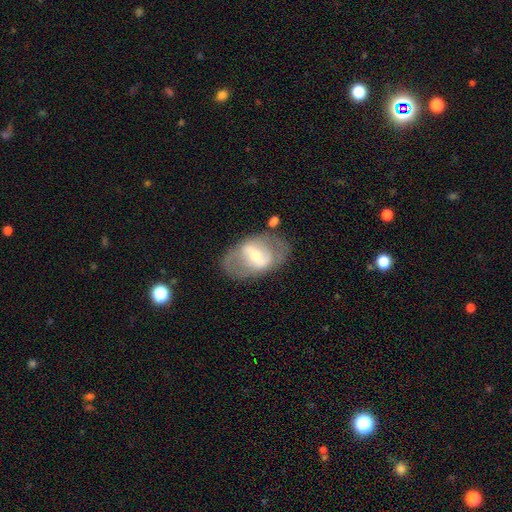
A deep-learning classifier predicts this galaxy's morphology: type=featured or disk (66%); edge-on=no (92%); bar=strong (49%); spiral arms=no (57%); bulge=small (45%); merging=none (67%).